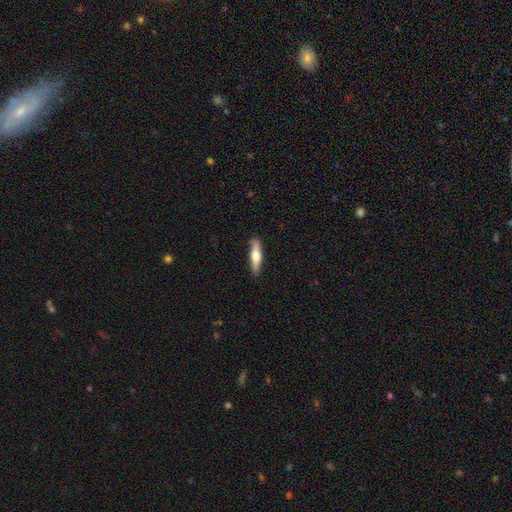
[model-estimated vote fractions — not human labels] This appears to be a smooth galaxy with no disk features (55%) that is cigar-shaped (78%). Merging: none (86%).